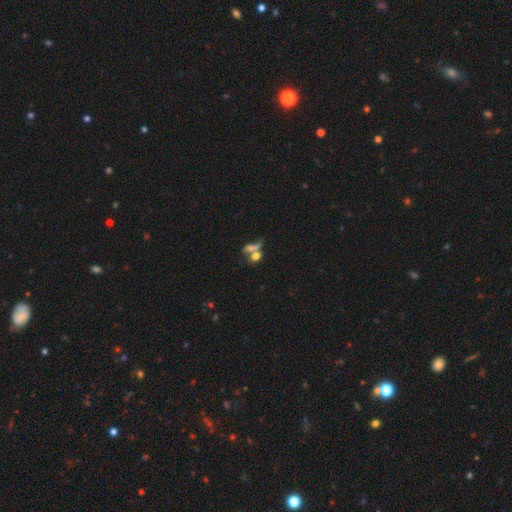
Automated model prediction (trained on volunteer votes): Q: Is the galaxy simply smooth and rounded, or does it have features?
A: smooth — 61%.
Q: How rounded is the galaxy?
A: in between — 48%.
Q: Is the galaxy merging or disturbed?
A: merger — 50%.